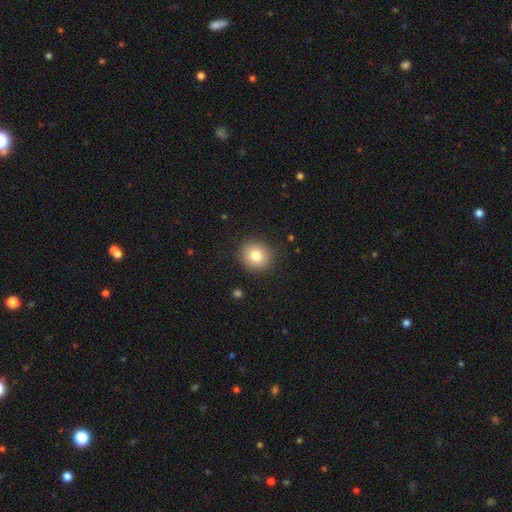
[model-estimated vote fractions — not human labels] Smooth or featured?
  - smooth: 81% *
  - star or artifact: 10%
  - featured or disk: 9%
How rounded?
  - round: 87% *
  - in between: 12%
  - cigar-shaped: 1%
Merging?
  - none: 89% *
  - minor disturbance: 8%
  - major disturbance: 2%
  - merger: 1%